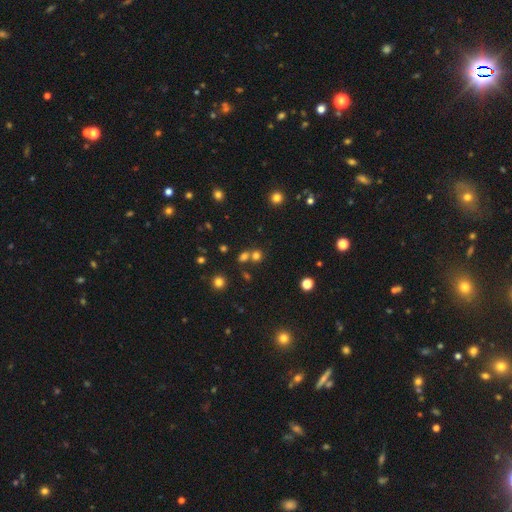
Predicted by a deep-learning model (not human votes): Smooth or featured: smooth — 71% (star or artifact — 21%)
How rounded: round — 81% (in between — 18%)
Merging: none — 54% (merger — 36%)